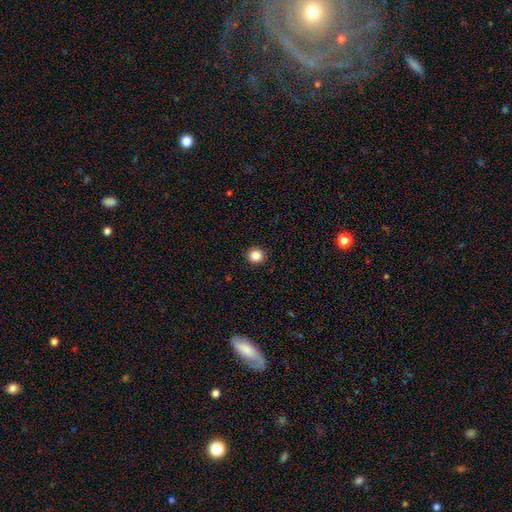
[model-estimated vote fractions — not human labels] Smooth or featured: smooth — 87% (star or artifact — 10%)
How rounded: round — 91% (in between — 8%)
Merging: none — 93% (minor disturbance — 5%)